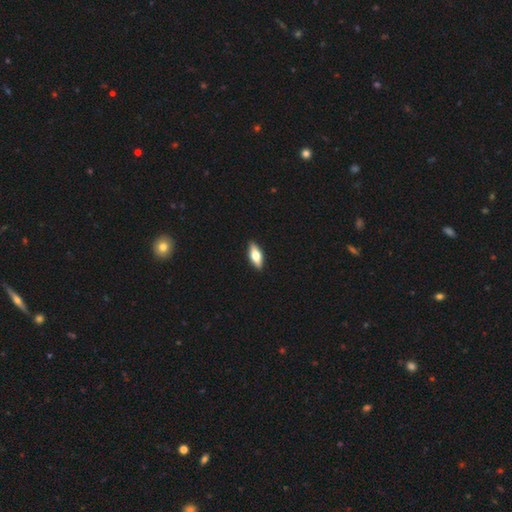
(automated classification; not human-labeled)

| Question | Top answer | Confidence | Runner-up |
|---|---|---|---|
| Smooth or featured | smooth | 57% | featured or disk (37%) |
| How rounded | in between | 72% | cigar-shaped (24%) |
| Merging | none | 90% | minor disturbance (8%) |